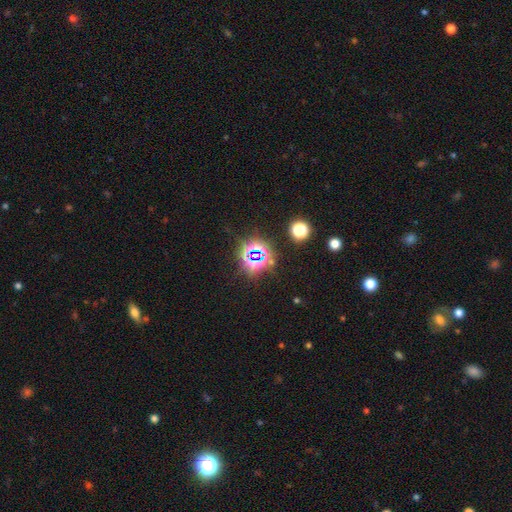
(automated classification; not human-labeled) star or artifact 77%, smooth 14%, featured or disk 9%.